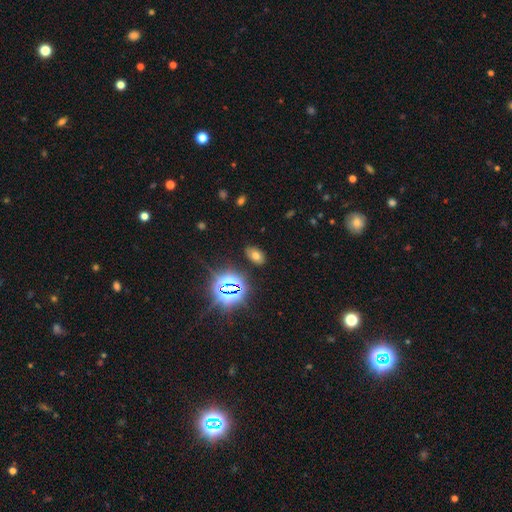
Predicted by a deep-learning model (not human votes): This appears to be a smooth galaxy with no disk features (58%) that is in between round and cigar-shaped (89%). Merging: none (87%).